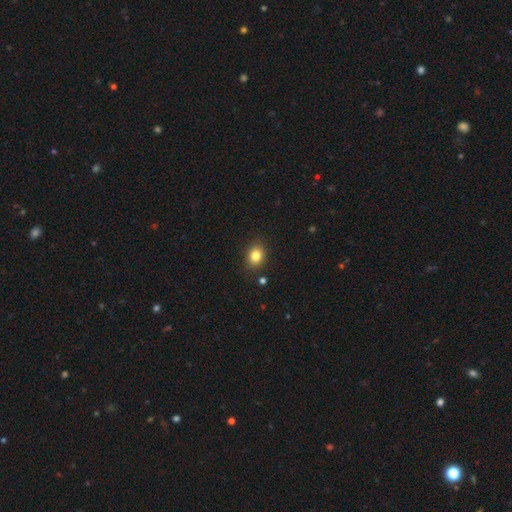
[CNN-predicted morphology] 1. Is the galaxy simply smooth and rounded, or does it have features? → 83% smooth, 11% star or artifact, 7% featured or disk.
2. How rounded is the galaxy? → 51% round, 48% in between, 1% cigar-shaped.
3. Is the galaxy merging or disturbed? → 87% none, 9% minor disturbance, 2% major disturbance, 2% merger.